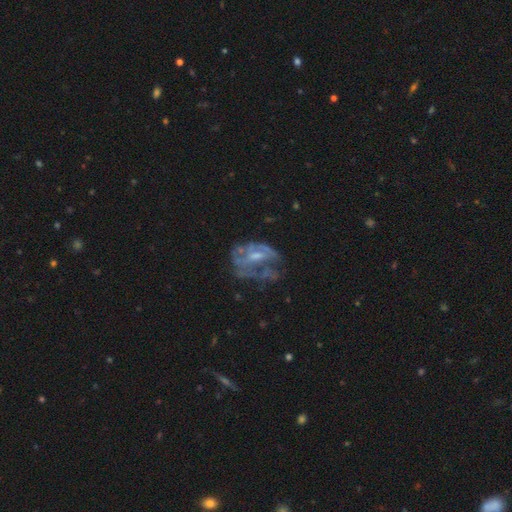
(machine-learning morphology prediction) Smooth or featured: featured or disk — 69% (smooth — 17%)
Edge-on disk: no — 97% (yes — 3%)
Bar: no — 59% (weak — 32%)
Spiral arms: no — 57% (yes — 43%)
Bulge size: small — 41% (moderate — 38%)
Merging: none — 41% (major disturbance — 34%)